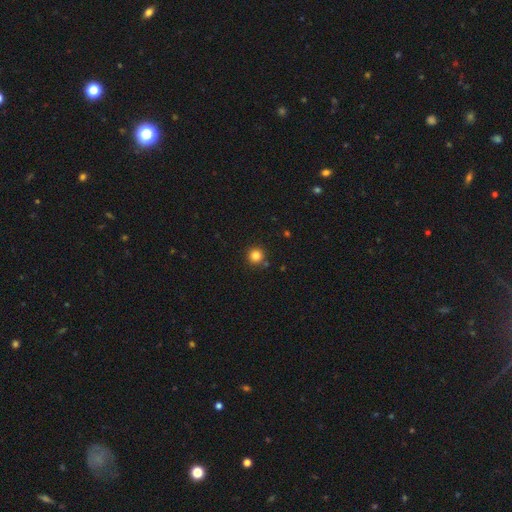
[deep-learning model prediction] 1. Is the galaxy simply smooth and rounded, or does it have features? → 83% smooth, 13% star or artifact, 5% featured or disk.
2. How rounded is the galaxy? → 95% round, 4% in between, 1% cigar-shaped.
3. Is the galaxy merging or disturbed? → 87% none, 7% minor disturbance, 4% merger, 2% major disturbance.